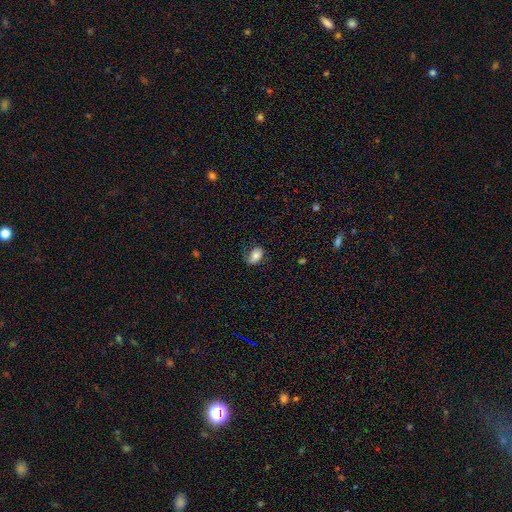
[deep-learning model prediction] Overall: smooth (70%). How rounded: in between (82%). Merging: none (61%; minor disturbance 24%).